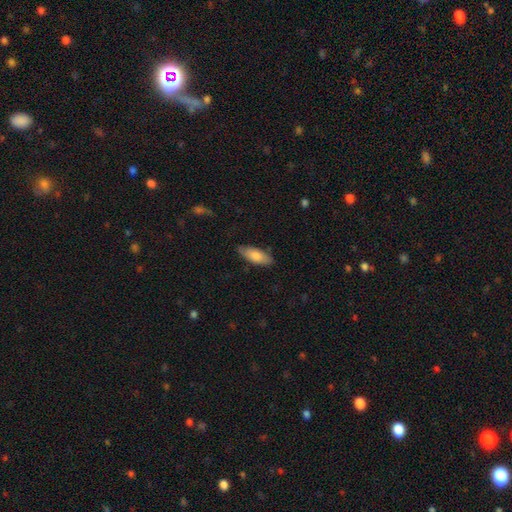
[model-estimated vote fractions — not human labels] The model was most divided on "how rounded": in between: 75%, cigar-shaped: 23%, round: 2%. More confident: merging — none (82%); smooth or featured — smooth (80%).